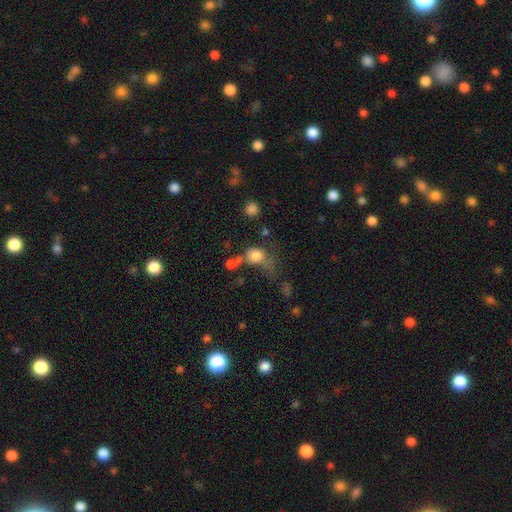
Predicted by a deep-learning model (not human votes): Smooth or featured: smooth — 75% (star or artifact — 14%)
How rounded: round — 70% (in between — 28%)
Merging: merger — 31% (none — 29%)